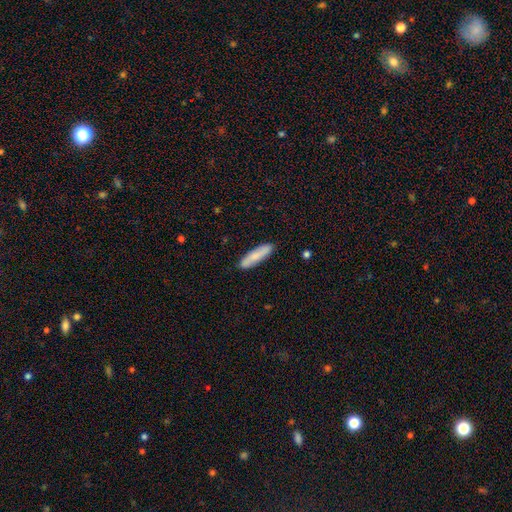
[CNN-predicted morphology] A smooth galaxy with no disk features (73%) that is cigar-shaped (74%).

Vote fractions:
- Smooth or featured? smooth: 73% / featured or disk: 22% / star or artifact: 6%
- How rounded? cigar-shaped: 74% / in between: 24% / round: 2%
- Merging? none: 87% / minor disturbance: 10% / major disturbance: 2% / merger: 1%